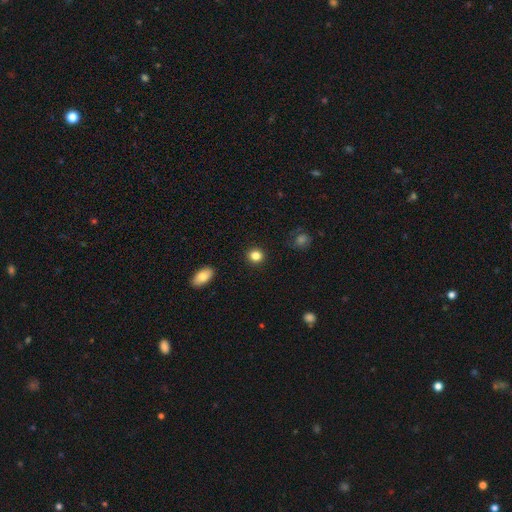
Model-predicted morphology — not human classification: The model was most divided on "how rounded": round: 86%, in between: 13%, cigar-shaped: 1%. More confident: merging — none (91%); smooth or featured — smooth (85%).